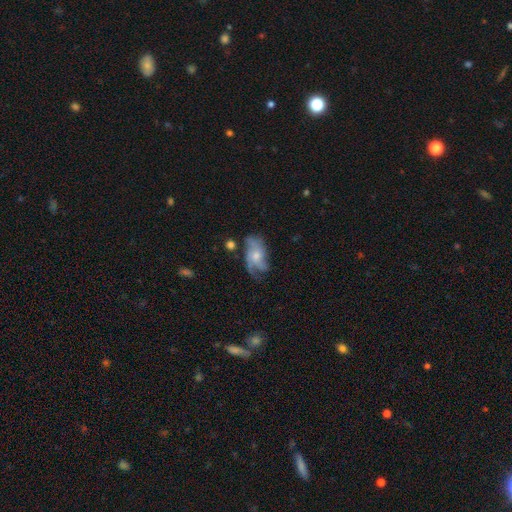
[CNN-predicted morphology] This appears to be a featured or disk galaxy (68%) with no bar (77%), 3 (34%) medium (42%) spiral arms (85%) and a moderate central bulge (47%). Merging: none (48%).